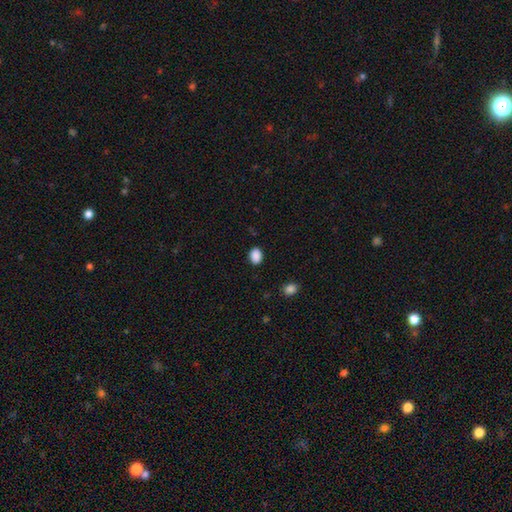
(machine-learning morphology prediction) Overall: smooth (89%). How rounded: in between (70%). Merging: none (87%).